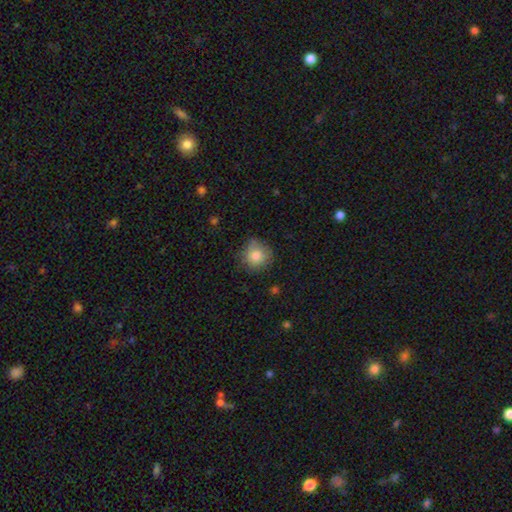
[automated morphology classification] Q: Smooth or featured?
A: smooth (82%); runner-up: star or artifact (9%)
Q: How rounded?
A: round (90%); runner-up: in between (9%)
Q: Merging?
A: none (75%); runner-up: minor disturbance (20%)